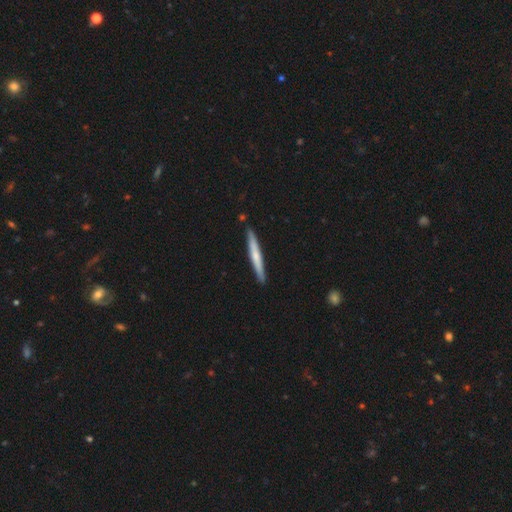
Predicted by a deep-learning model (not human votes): Overall: smooth (53%; featured or disk 42%). How rounded: cigar-shaped (97%). Merging: none (90%).